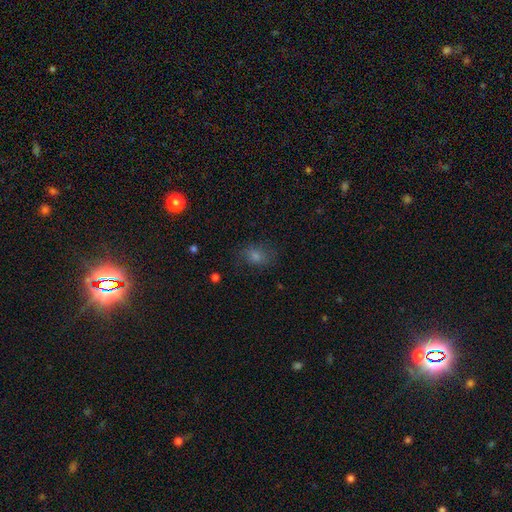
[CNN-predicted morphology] Overall: smooth (57%; star or artifact 25%). How rounded: in between (62%; round 36%). Merging: none (73%).